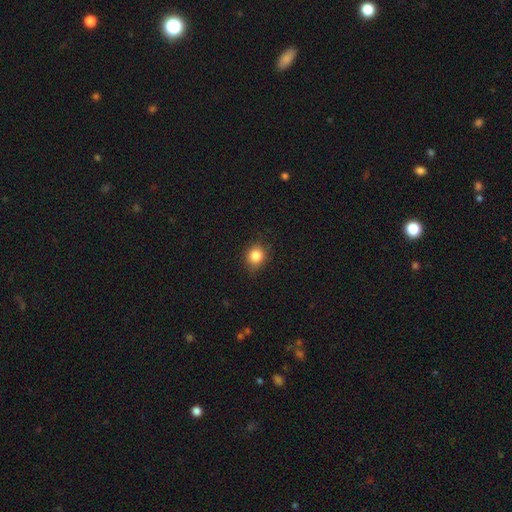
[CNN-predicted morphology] Q: Smooth or featured?
A: smooth (84%); runner-up: star or artifact (11%)
Q: How rounded?
A: round (78%); runner-up: in between (21%)
Q: Merging?
A: none (81%); runner-up: minor disturbance (15%)